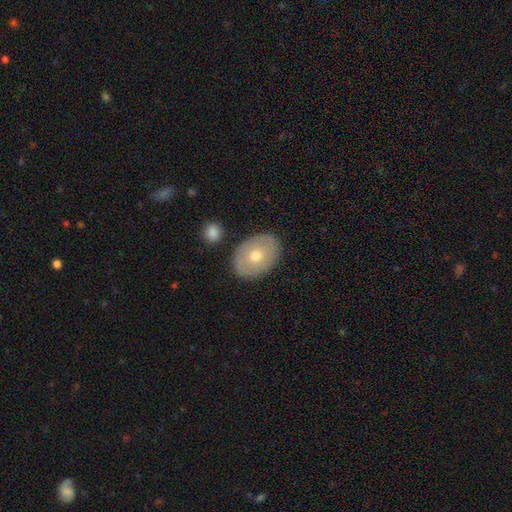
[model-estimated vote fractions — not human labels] The model was most divided on "smooth or featured": smooth: 61%, featured or disk: 32%, star or artifact: 7%. More confident: merging — none (85%); how rounded — in between (76%).